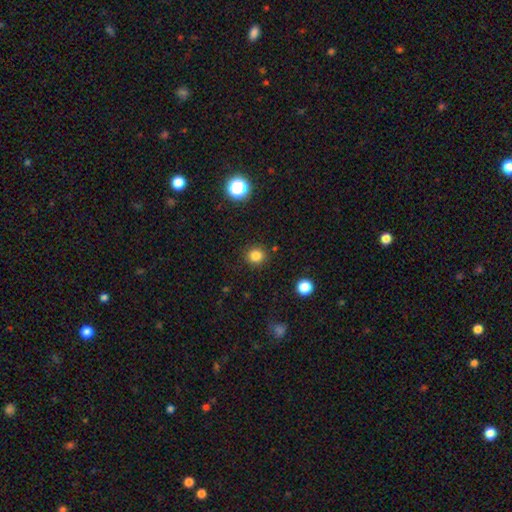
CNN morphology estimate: Overall: smooth (82%). How rounded: round (90%). Merging: none (90%).